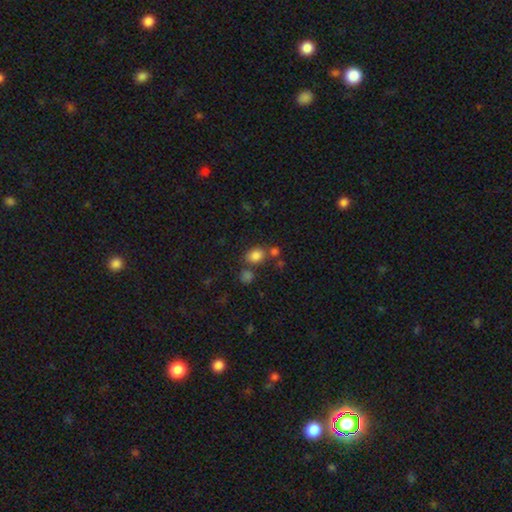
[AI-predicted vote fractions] This appears to be a smooth galaxy with no disk features (81%) that is in between round and cigar-shaped (53%). Merging: none (64%).